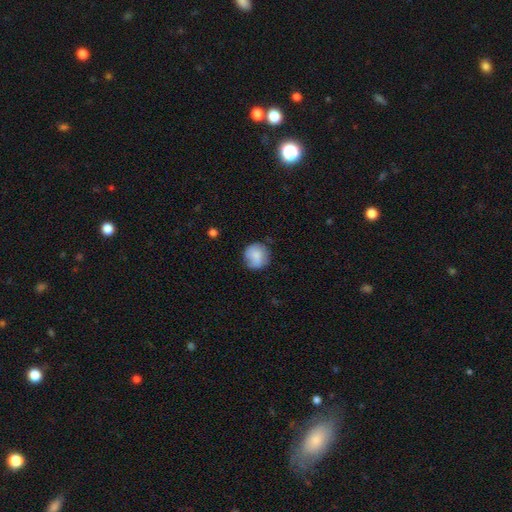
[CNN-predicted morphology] smooth-or-featured: smooth: 78% | featured or disk: 15% | star or artifact: 8%
  how-rounded: round: 89% | in between: 10% | cigar-shaped: 1%
  merging: none: 75% | minor disturbance: 19% | major disturbance: 5% | merger: 2%